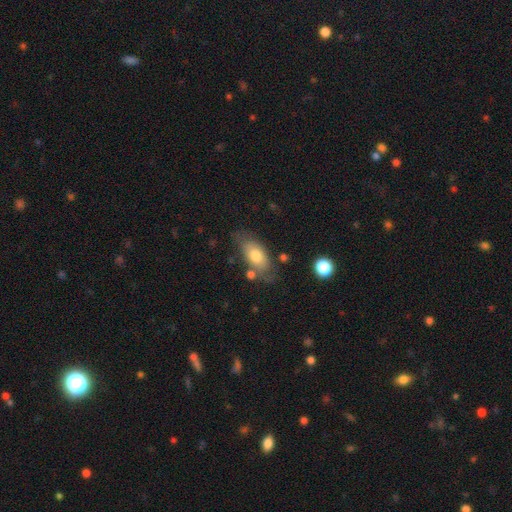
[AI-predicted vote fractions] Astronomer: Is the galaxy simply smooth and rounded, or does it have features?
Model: smooth — 70%.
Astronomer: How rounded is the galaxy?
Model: in between — 89%.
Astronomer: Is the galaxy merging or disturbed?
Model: none — 64%.